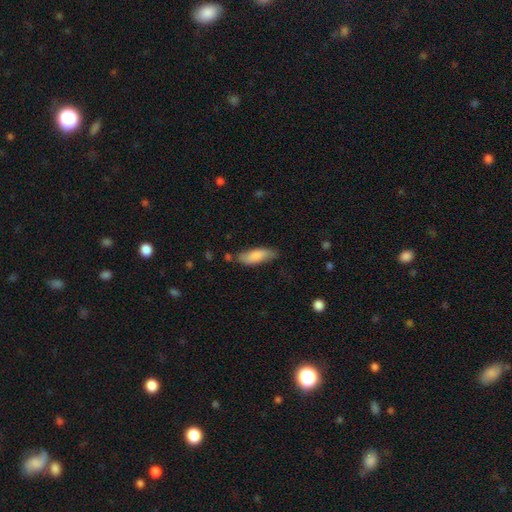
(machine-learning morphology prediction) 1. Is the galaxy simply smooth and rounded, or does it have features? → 80% smooth, 14% featured or disk, 6% star or artifact.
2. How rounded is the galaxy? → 63% in between, 35% cigar-shaped, 2% round.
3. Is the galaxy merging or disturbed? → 69% none, 23% minor disturbance, 4% major disturbance, 4% merger.